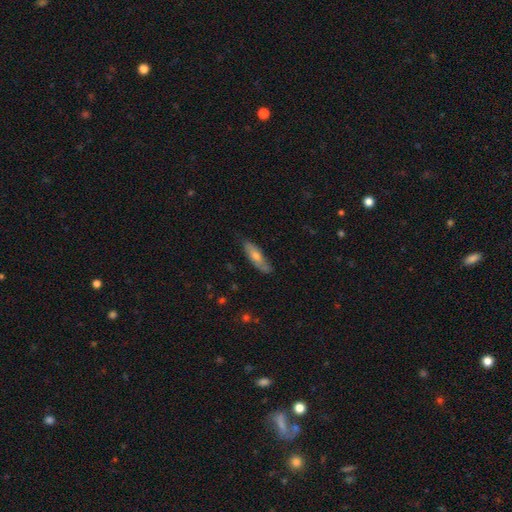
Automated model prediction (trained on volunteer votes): Overall: smooth (52%; featured or disk 41%). How rounded: cigar-shaped (60%; in between 38%). Merging: none (77%).